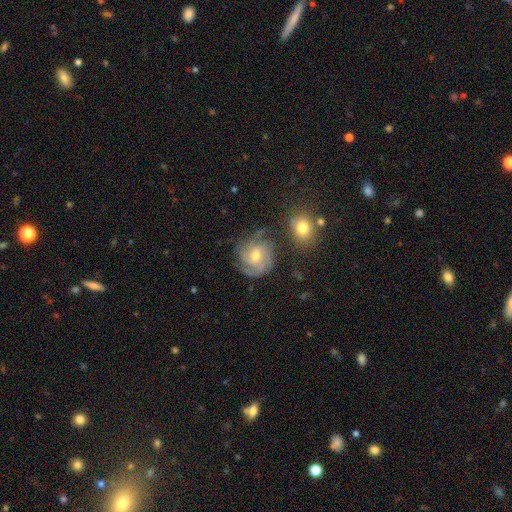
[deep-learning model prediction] smooth-or-featured: featured or disk: 71% | smooth: 20% | star or artifact: 9%
  disk-edge-on: no: 97% | yes: 3%
    bar: no: 65% | weak: 30% | strong: 5%
    has-spiral-arms: yes: 91% | no: 9%
      spiral-winding: tight: 55% | medium: 34% | loose: 11%
      spiral-arm-count: can't tell: 31% | 3: 30% | 2: 17% | 4: 10% | 1: 6% | more than 4: 5%
    bulge-size: moderate: 60% | small: 35% | large: 3% | none: 1% | dominant: 1%
  merging: none: 63% | minor disturbance: 21% | major disturbance: 11% | merger: 5%